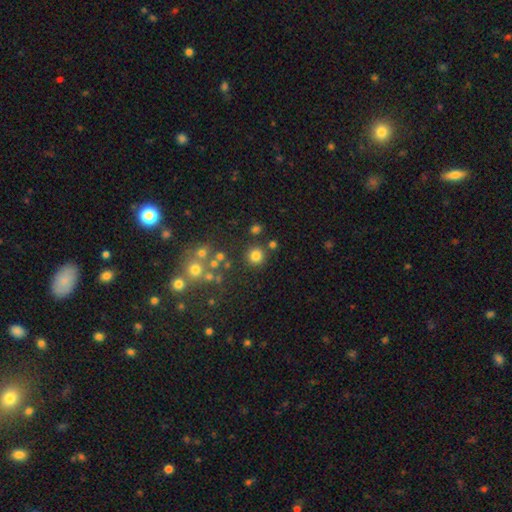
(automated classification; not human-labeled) Smooth or featured?
  - smooth: 78% *
  - star or artifact: 15%
  - featured or disk: 7%
How rounded?
  - round: 95% *
  - in between: 4%
  - cigar-shaped: 1%
Merging?
  - none: 86% *
  - minor disturbance: 7%
  - merger: 5%
  - major disturbance: 3%